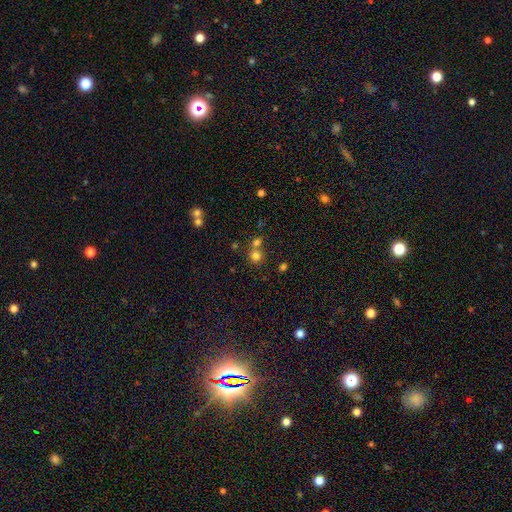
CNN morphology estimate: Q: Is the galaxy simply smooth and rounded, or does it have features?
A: smooth — 74%.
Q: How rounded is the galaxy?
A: round — 88%.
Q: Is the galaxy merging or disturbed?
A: none — 57%.